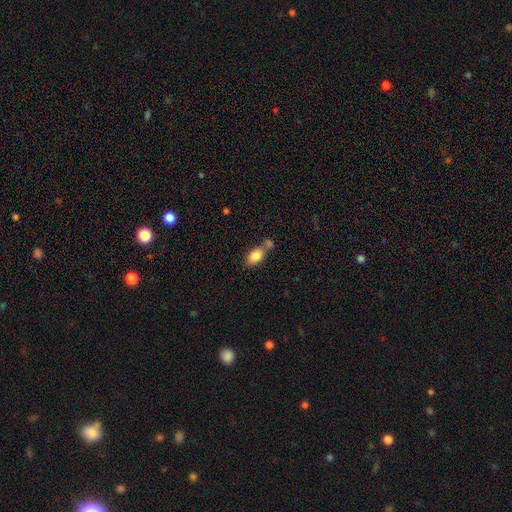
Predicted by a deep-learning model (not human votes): A smooth galaxy with no disk features (84%) that is in between round and cigar-shaped (88%). Merging: none (49%).